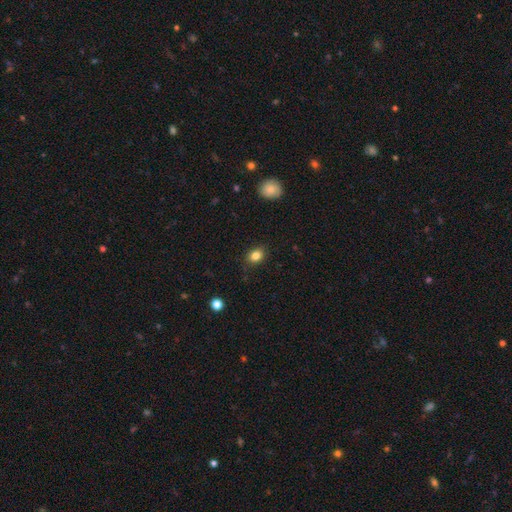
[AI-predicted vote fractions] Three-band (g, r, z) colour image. It shows a smooth galaxy with no disk features (83%) that is in between round and cigar-shaped (59%). Merging: none (85%).